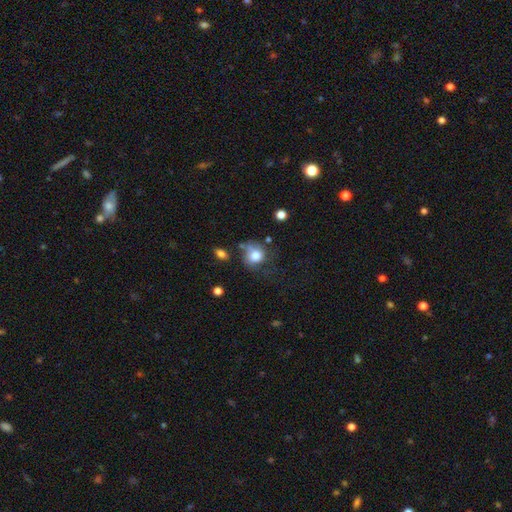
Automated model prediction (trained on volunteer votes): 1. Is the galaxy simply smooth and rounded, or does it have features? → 76% smooth, 14% featured or disk, 10% star or artifact.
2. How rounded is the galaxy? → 74% round, 25% in between, 1% cigar-shaped.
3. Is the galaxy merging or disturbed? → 45% none, 27% minor disturbance, 19% major disturbance, 9% merger.